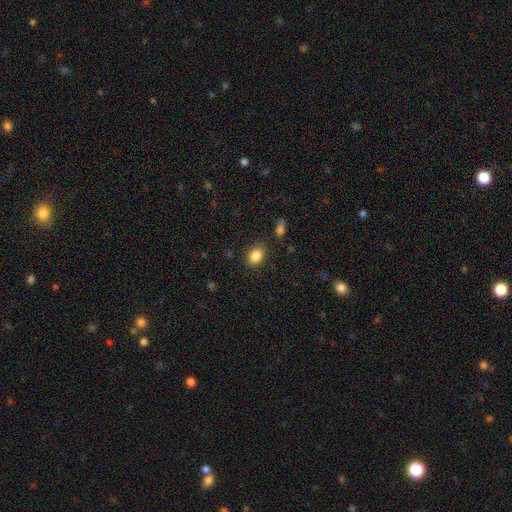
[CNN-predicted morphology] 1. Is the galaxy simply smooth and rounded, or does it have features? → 85% smooth, 9% star or artifact, 6% featured or disk.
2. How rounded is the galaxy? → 62% in between, 37% round, 1% cigar-shaped.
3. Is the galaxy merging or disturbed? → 85% none, 10% minor disturbance, 3% major disturbance, 2% merger.